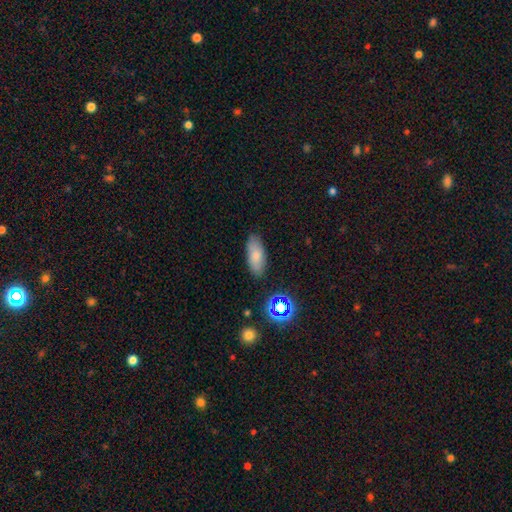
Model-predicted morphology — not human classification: Overall: smooth (79%). How rounded: in between (82%). Merging: none (84%).